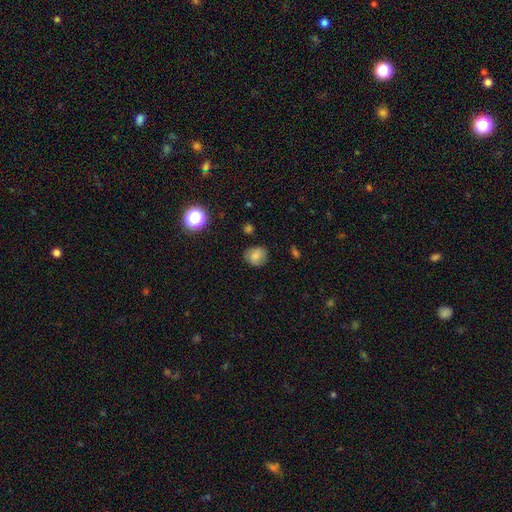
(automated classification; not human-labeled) Smooth or featured: smooth — 79% (star or artifact — 12%)
How rounded: round — 75% (in between — 24%)
Merging: none — 79% (minor disturbance — 16%)